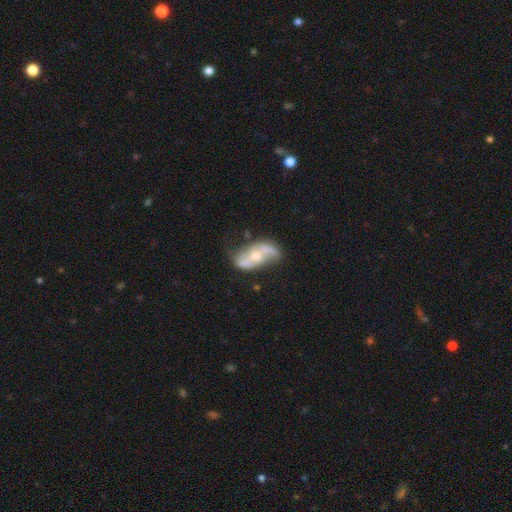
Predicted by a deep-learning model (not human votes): Morphology: type=featured or disk (76%); edge-on=no (93%); bar=no (57%); spiral arms=yes (88%); winding=loose (70%); arm count=2 (88%); bulge=moderate (61%); merging=none (61%).